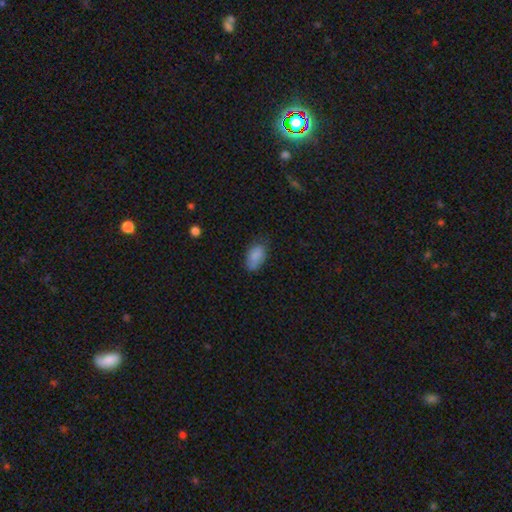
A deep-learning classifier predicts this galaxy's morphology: This is clearly a smooth galaxy (80%). How rounded: clearly in between (91%). Merging: possibly none (59%).